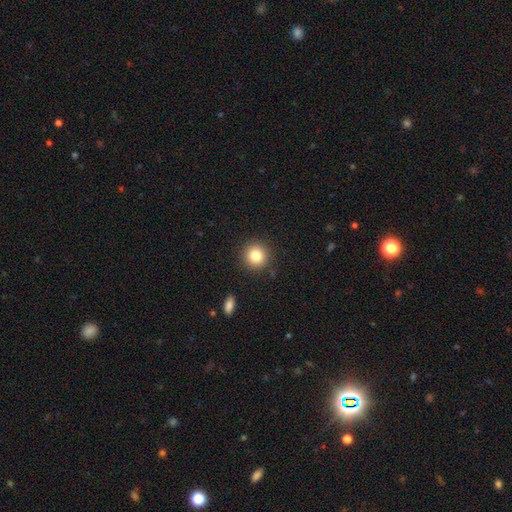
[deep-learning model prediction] Morphology: type=smooth (82%); roundness=round (93%); merging=none (90%).